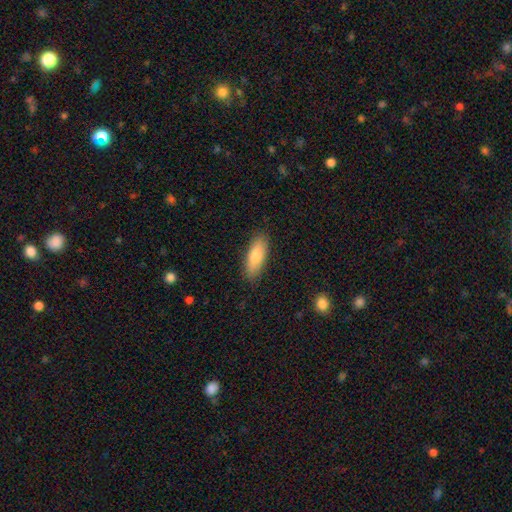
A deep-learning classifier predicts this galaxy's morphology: This appears to be a smooth galaxy with no disk features (80%) that is in between round and cigar-shaped (64%). Merging: none (86%).